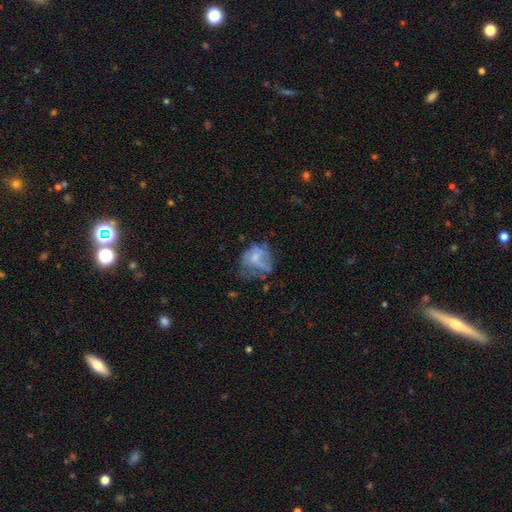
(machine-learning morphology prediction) Smooth or featured?
  - featured or disk: 45% *
  - smooth: 43%
  - star or artifact: 12%
Merging?
  - none: 36% *
  - major disturbance: 33%
  - minor disturbance: 26%
  - merger: 5%